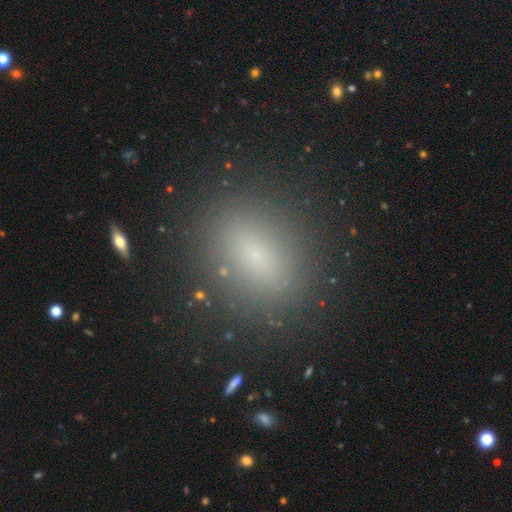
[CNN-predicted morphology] The model was most divided on "how rounded": in between: 65%, round: 31%, cigar-shaped: 4%. More confident: merging — none (87%); smooth or featured — smooth (72%).